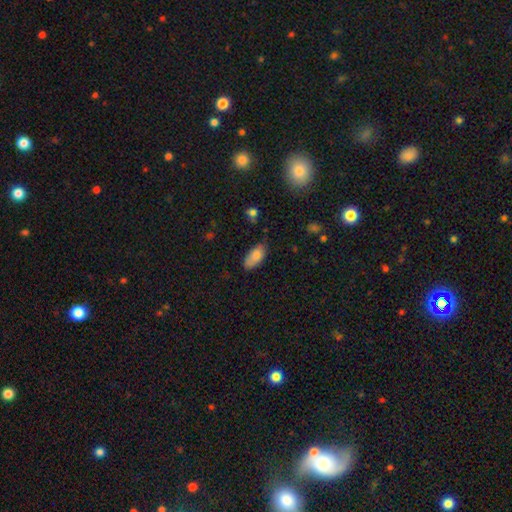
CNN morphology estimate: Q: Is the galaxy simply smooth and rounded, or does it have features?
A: smooth — 81%.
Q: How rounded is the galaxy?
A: in between — 91%.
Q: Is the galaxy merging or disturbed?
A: none — 66%.